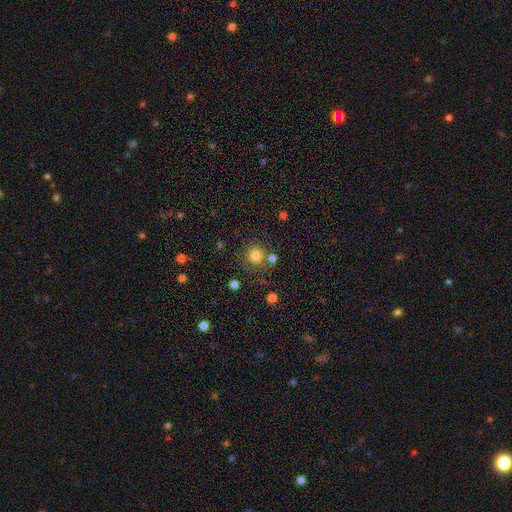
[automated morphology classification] smooth_or_featured: smooth (p=0.79) [alt: star or artifact p=0.13]
how_rounded: round (p=0.92) [alt: in between p=0.07]
merging: none (p=0.73) [alt: merger p=0.13]